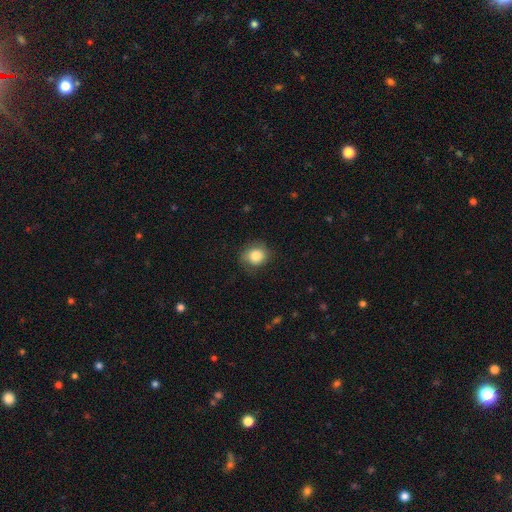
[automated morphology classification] Overall: smooth (82%). How rounded: round (73%). Merging: none (71%).